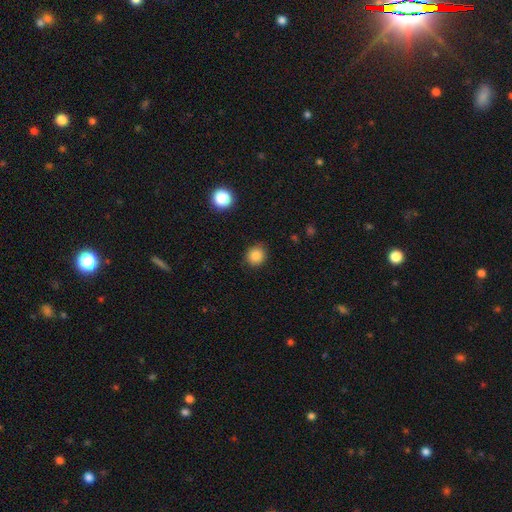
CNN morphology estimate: smooth_or_featured: smooth (p=0.86) [alt: star or artifact p=0.11]
how_rounded: round (p=0.88) [alt: in between p=0.11]
merging: none (p=0.89) [alt: minor disturbance p=0.08]